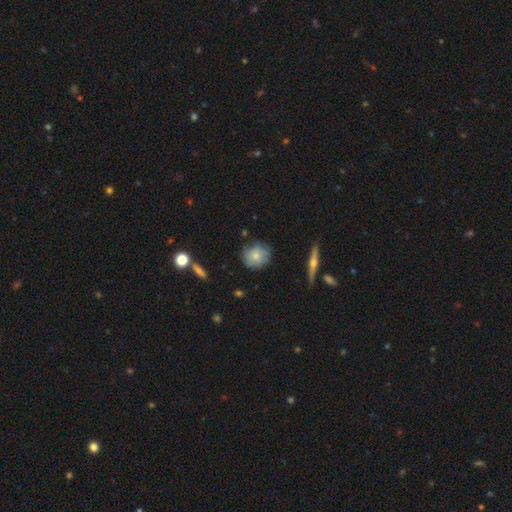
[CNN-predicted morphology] This appears to be a smooth galaxy with no disk features (63%) that is round (80%). Merging: none (73%).